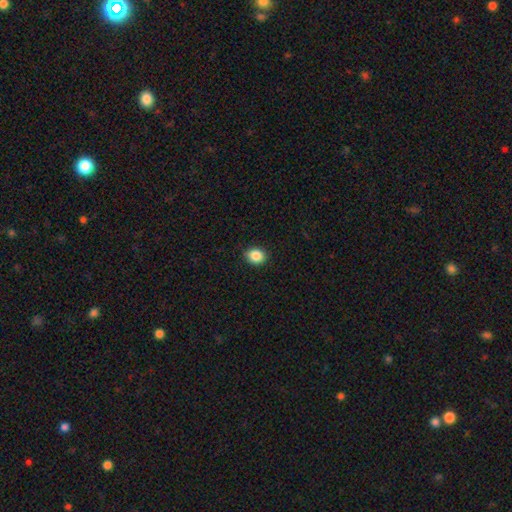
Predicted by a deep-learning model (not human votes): Smooth or featured: smooth — 87% (star or artifact — 9%)
How rounded: round — 61% (in between — 38%)
Merging: none — 87% (minor disturbance — 10%)